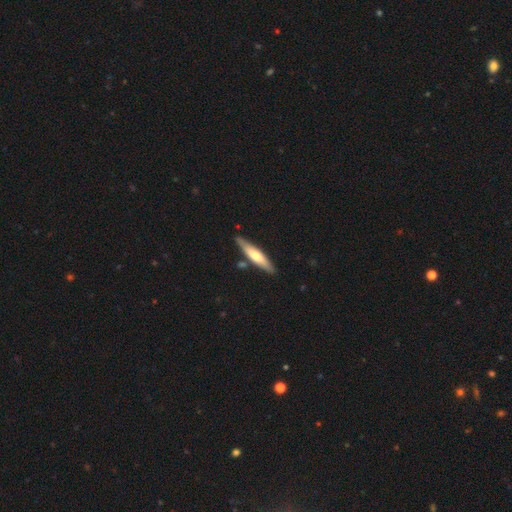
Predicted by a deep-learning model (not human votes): smooth-or-featured: smooth: 52% | featured or disk: 43% | star or artifact: 5%
  how-rounded: cigar-shaped: 85% | in between: 14% | round: 1%
  merging: none: 82% | minor disturbance: 11% | merger: 5% | major disturbance: 2%